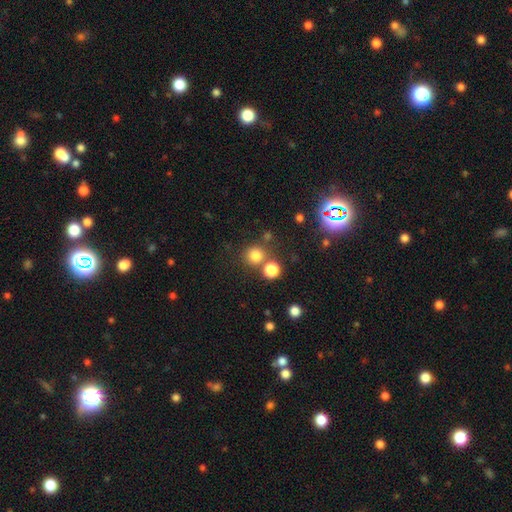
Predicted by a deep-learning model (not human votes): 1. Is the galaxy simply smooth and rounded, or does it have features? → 77% smooth, 16% star or artifact, 7% featured or disk.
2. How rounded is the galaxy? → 91% round, 8% in between, 1% cigar-shaped.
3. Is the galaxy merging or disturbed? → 71% none, 17% merger, 8% minor disturbance, 4% major disturbance.